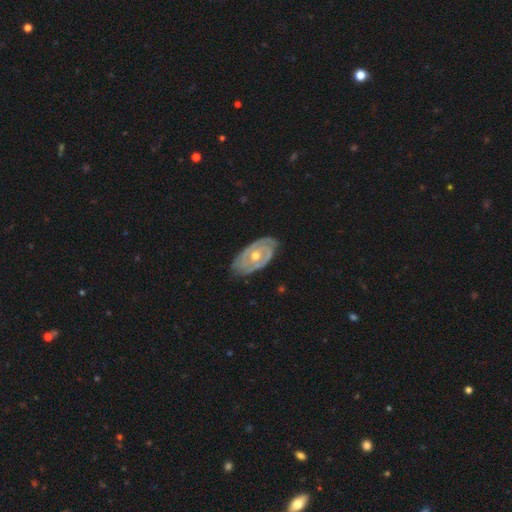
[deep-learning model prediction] smooth_or_featured: featured or disk (p=0.86) [alt: smooth p=0.10]
disk_edge_on: no (p=0.94) [alt: yes p=0.06]
bar: no (p=0.72) [alt: weak p=0.21]
has_spiral_arms: yes (p=0.87) [alt: no p=0.13]
spiral_winding: tight (p=0.76) [alt: medium p=0.19]
spiral_arm_count: 2 (p=0.54) [alt: can't tell p=0.24]
bulge_size: moderate (p=0.74) [alt: small p=0.21]
merging: none (p=0.79) [alt: minor disturbance p=0.16]